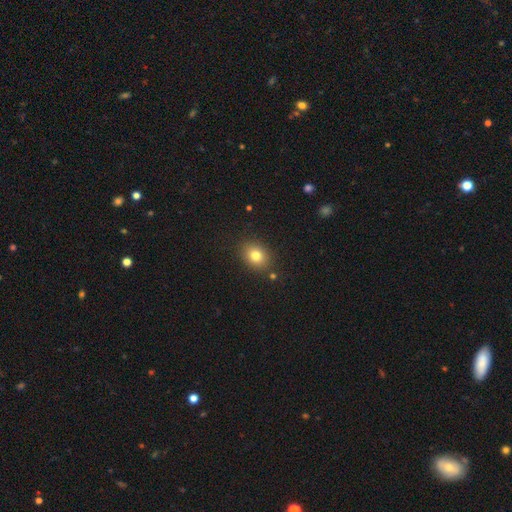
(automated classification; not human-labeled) Smooth or featured: smooth — 80% (star or artifact — 11%)
How rounded: round — 50% (tied with in between — 50%)
Merging: none — 86% (minor disturbance — 9%)